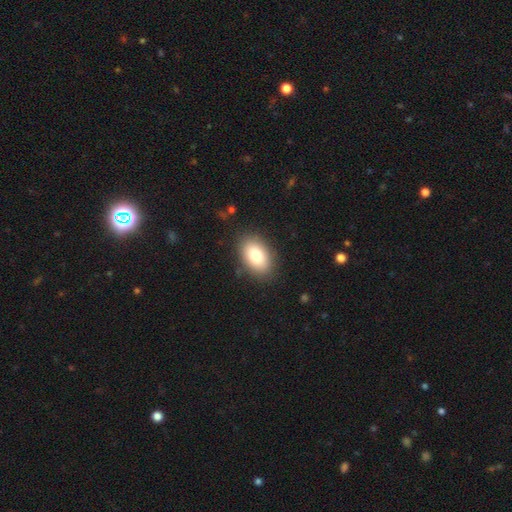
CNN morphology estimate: Q: Smooth or featured?
A: smooth (83%); runner-up: featured or disk (10%)
Q: How rounded?
A: in between (91%); runner-up: round (8%)
Q: Merging?
A: none (86%); runner-up: minor disturbance (10%)